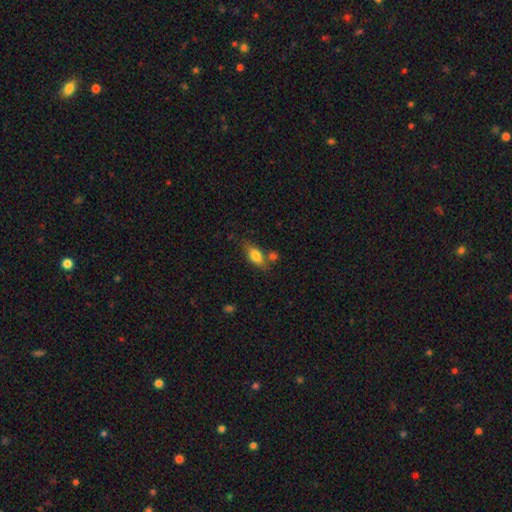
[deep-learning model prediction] Smooth or featured: smooth — 75% (featured or disk — 18%)
How rounded: in between — 79% (cigar-shaped — 14%)
Merging: none — 64% (minor disturbance — 18%)